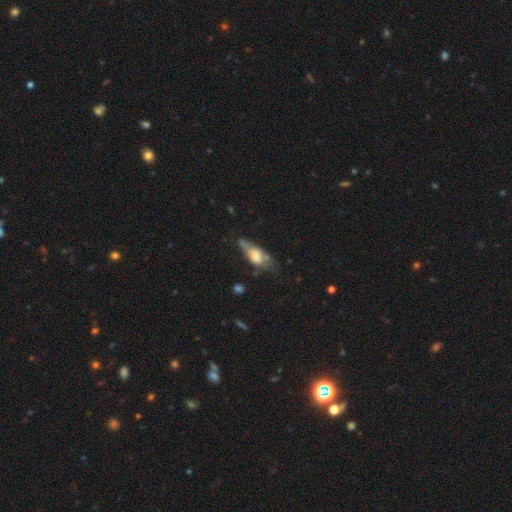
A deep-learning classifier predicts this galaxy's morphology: Smooth or featured? Predicted: smooth (p=0.56). How rounded? Predicted: in between (p=0.73). Merging? Predicted: none (p=0.35).